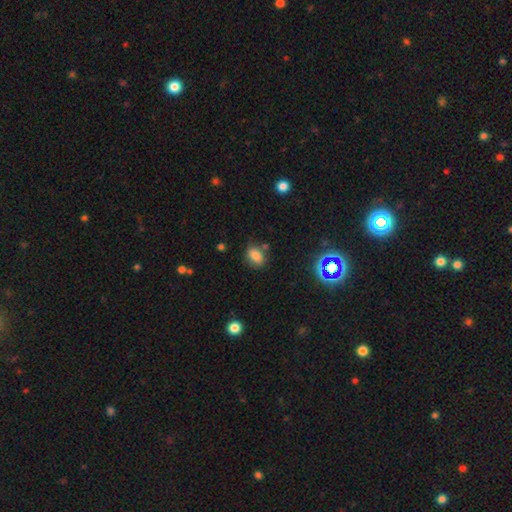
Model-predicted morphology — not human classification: Overall: smooth (78%). How rounded: in between (76%). Merging: none (73%).